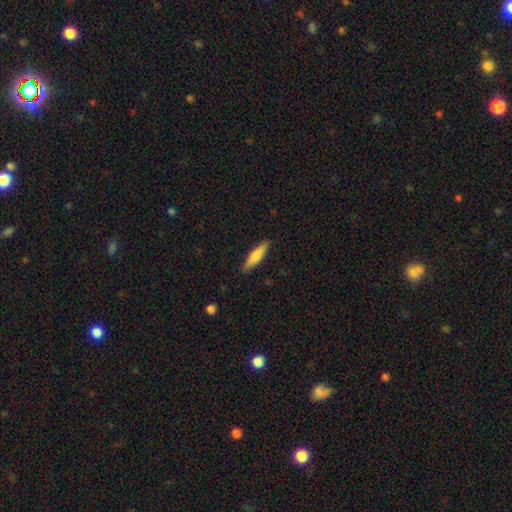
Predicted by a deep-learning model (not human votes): Q: Smooth or featured?
A: smooth (68%); runner-up: featured or disk (27%)
Q: How rounded?
A: cigar-shaped (76%); runner-up: in between (22%)
Q: Merging?
A: none (89%); runner-up: minor disturbance (8%)